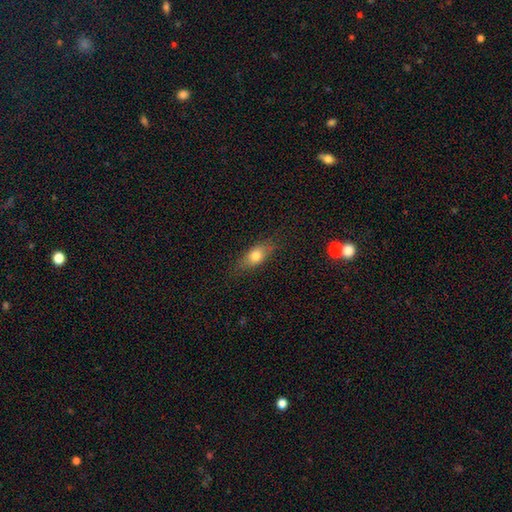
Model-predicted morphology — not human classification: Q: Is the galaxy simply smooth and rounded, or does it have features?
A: smooth — 74%.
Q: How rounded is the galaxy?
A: in between — 77%.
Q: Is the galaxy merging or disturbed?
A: none — 79%.